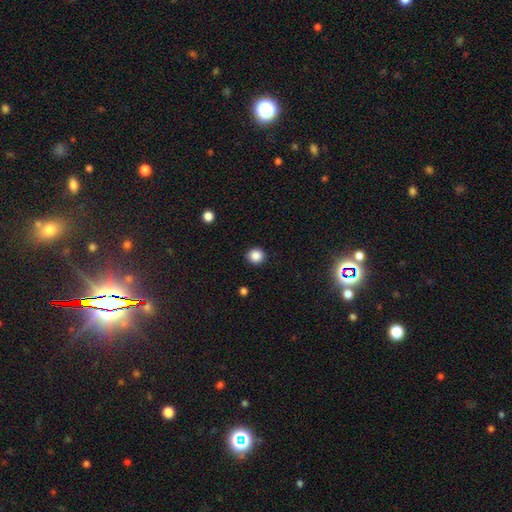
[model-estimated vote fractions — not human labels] smooth 86%, star or artifact 11%, featured or disk 3%. Down the decision tree: how rounded — round (90%); merging — none (91%).